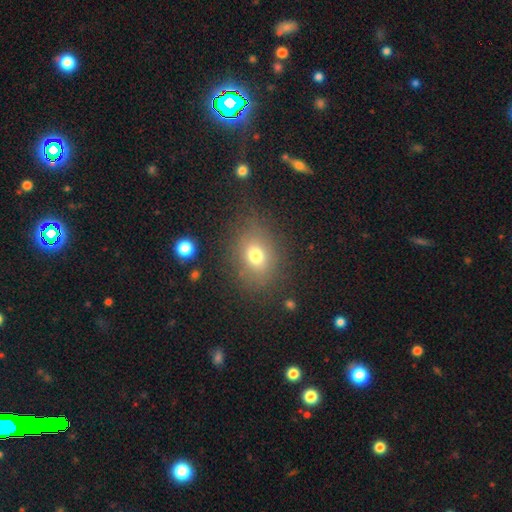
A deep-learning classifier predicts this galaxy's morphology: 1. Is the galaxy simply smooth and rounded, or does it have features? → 72% smooth, 14% star or artifact, 14% featured or disk.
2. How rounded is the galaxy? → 58% in between, 41% round, 1% cigar-shaped.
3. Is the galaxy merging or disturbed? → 76% none, 14% minor disturbance, 8% major disturbance, 2% merger.